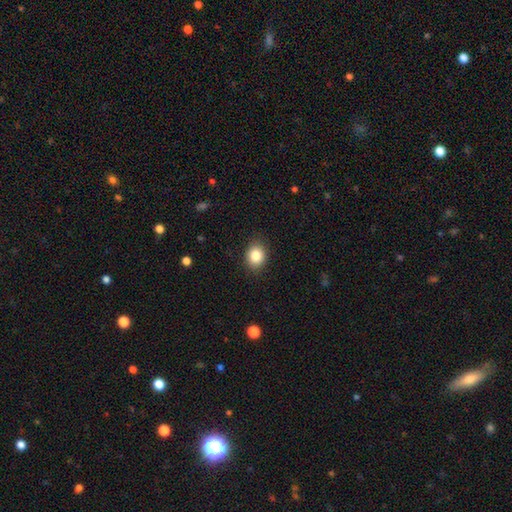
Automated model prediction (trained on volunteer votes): The model was most divided on "how rounded": round: 53%, in between: 46%, cigar-shaped: 1%. More confident: merging — none (88%); smooth or featured — smooth (84%).